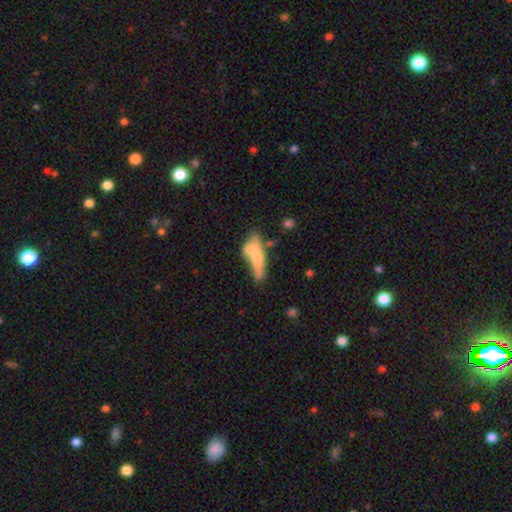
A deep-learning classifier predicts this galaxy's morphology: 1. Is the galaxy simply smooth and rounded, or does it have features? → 56% smooth, 36% featured or disk, 8% star or artifact.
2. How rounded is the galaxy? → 57% cigar-shaped, 40% in between, 4% round.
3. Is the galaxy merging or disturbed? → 37% merger, 34% none, 18% minor disturbance, 11% major disturbance.